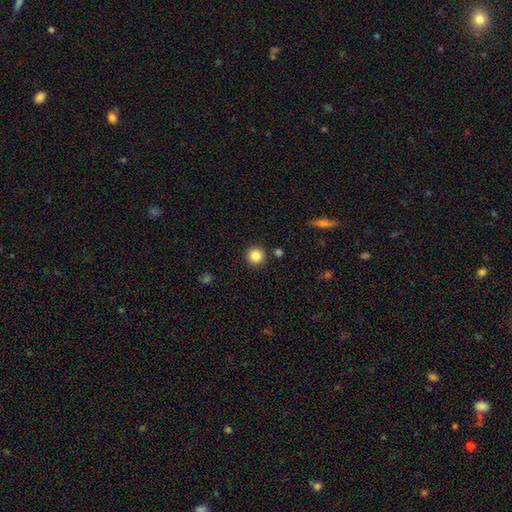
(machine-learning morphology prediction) smooth 85%, star or artifact 10%, featured or disk 4%. Down the decision tree: how rounded — round (95%); merging — none (90%).